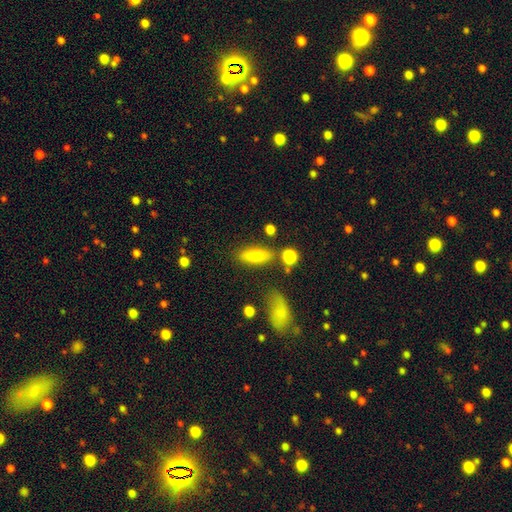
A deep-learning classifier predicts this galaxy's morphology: Smooth or featured: smooth — 81% (featured or disk — 11%)
How rounded: in between — 64% (cigar-shaped — 32%)
Merging: none — 73% (minor disturbance — 14%)